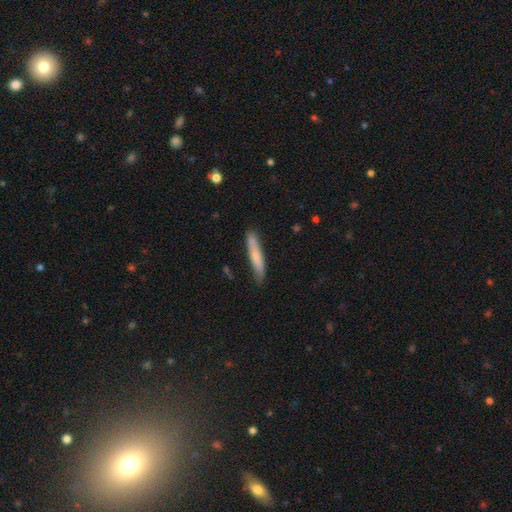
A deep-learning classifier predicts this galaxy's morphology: A smooth galaxy with no disk features (70%) that is cigar-shaped (92%).

Vote fractions:
- Smooth or featured? smooth: 70% / featured or disk: 24% / star or artifact: 6%
- How rounded? cigar-shaped: 92% / in between: 7% / round: 1%
- Merging? none: 79% / minor disturbance: 16% / major disturbance: 3% / merger: 2%